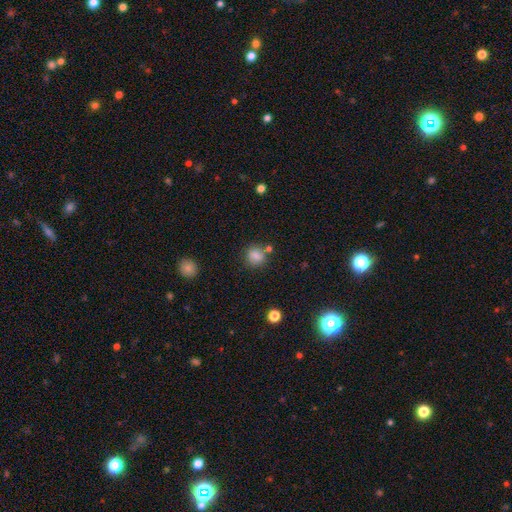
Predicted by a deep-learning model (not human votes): Smooth or featured? Predicted: smooth (p=0.83). How rounded? Predicted: round (p=0.82). Merging? Predicted: none (p=0.74).